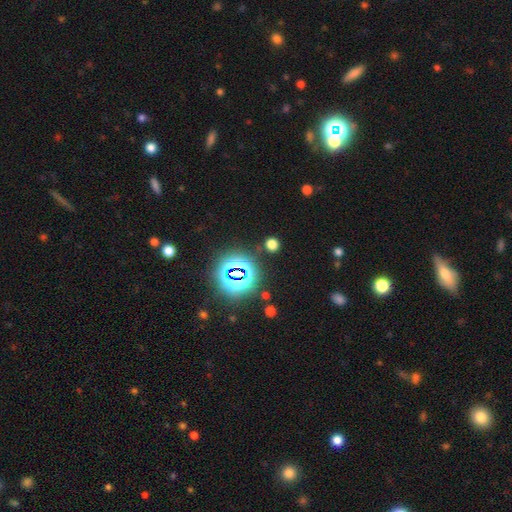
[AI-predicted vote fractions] Morphology: type=star or artifact (81%).